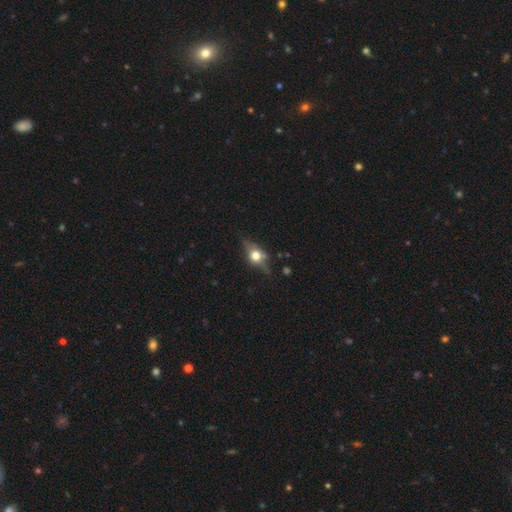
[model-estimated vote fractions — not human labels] This appears to be a featured or disk galaxy (54%) viewed edge-on (87%). Merging: none (76%).